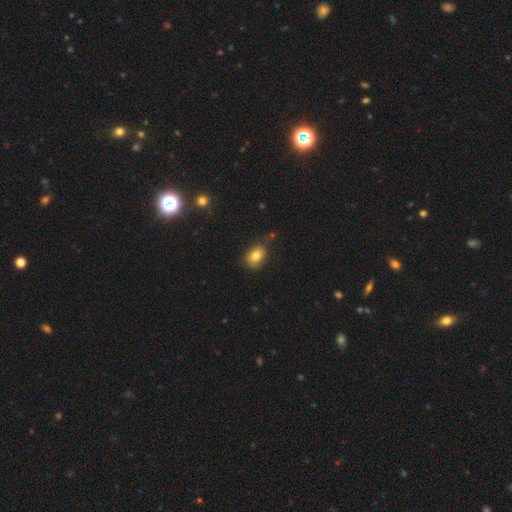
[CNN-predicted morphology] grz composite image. It shows a smooth galaxy with no disk features (81%) that is in between round and cigar-shaped (63%). Merging: none (70%).